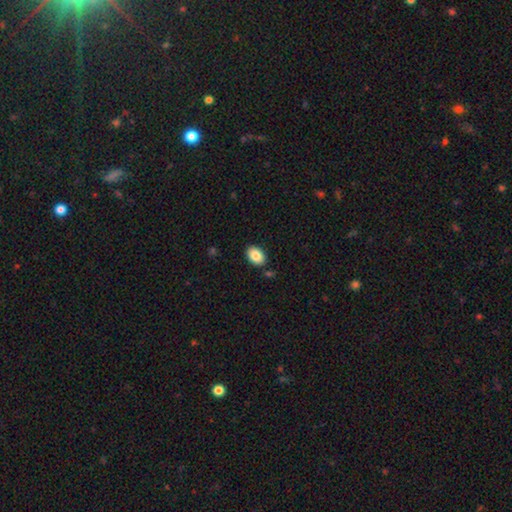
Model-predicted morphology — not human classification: Smooth or featured? Predicted: smooth (p=0.87). How rounded? Predicted: in between (p=0.85). Merging? Predicted: none (p=0.85).